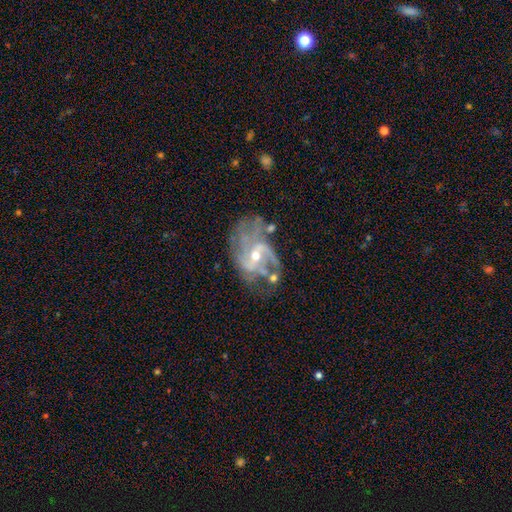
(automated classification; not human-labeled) Q: Smooth or featured?
A: featured or disk (87%); runner-up: star or artifact (7%)
Q: Edge-on disk?
A: no (97%); runner-up: yes (3%)
Q: Bar?
A: weak (44%); runner-up: no (39%)
Q: Spiral arms?
A: yes (94%); runner-up: no (6%)
Q: Spiral winding?
A: medium (45%); runner-up: loose (36%)
Q: Spiral arm count?
A: 2 (44%); runner-up: 3 (20%)
Q: Bulge size?
A: small (56%); runner-up: moderate (41%)
Q: Merging?
A: none (46%); runner-up: minor disturbance (23%)